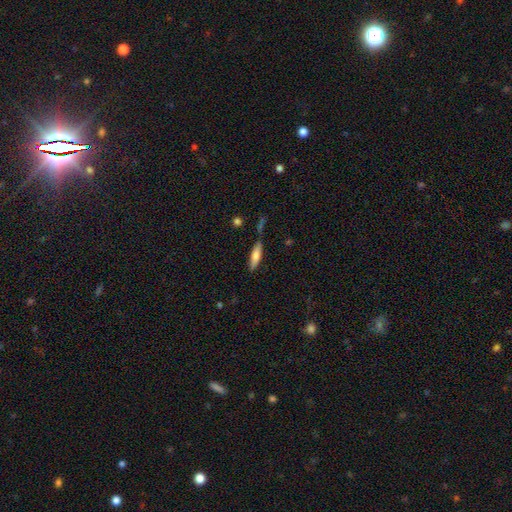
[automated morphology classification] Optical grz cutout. It shows a smooth galaxy with no disk features (72%) that is cigar-shaped (67%). Merging: none (71%).